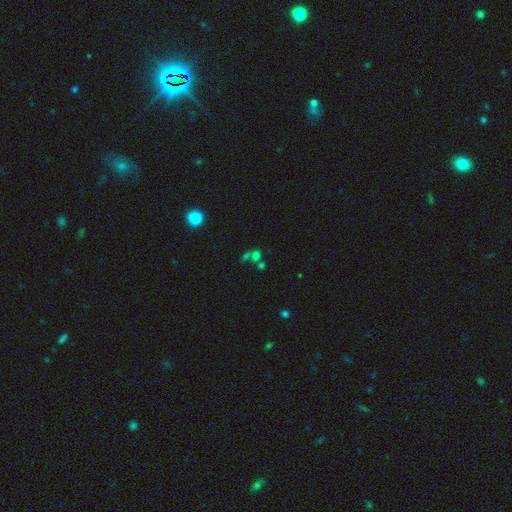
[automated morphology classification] Overall: smooth (51%; star or artifact 33%). How rounded: round (67%; in between 30%). Merging: merger (43%; none 38%).